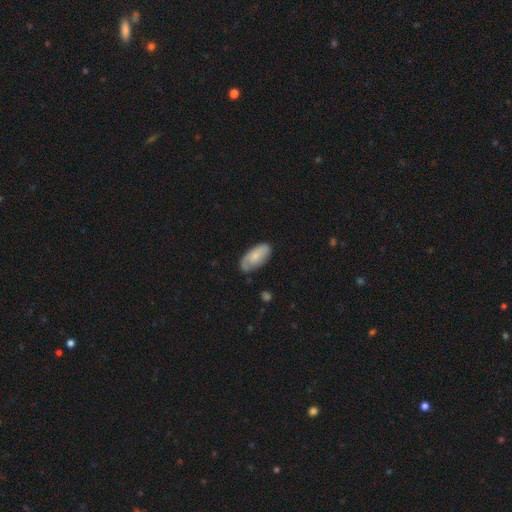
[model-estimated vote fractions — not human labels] This appears to be a smooth galaxy with no disk features (62%) that is in between round and cigar-shaped (92%). Merging: none (63%).